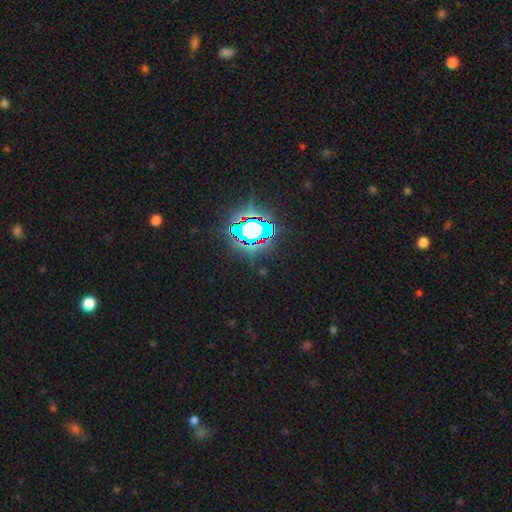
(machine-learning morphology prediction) The model was most divided on "smooth or featured": star or artifact: 81%, smooth: 11%, featured or disk: 7%.